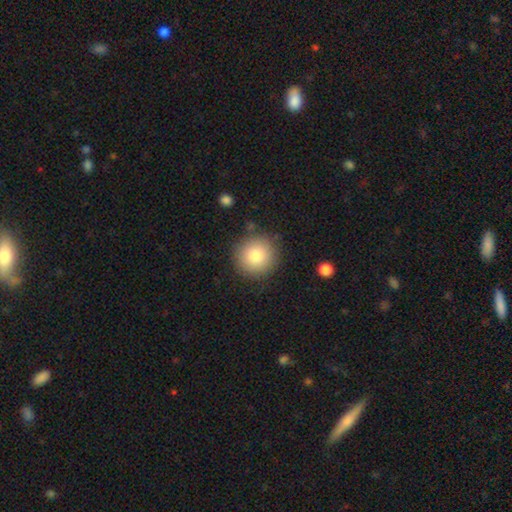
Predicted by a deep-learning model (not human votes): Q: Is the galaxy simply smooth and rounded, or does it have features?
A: smooth — 82%.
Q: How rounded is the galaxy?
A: round — 95%.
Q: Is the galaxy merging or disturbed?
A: none — 87%.